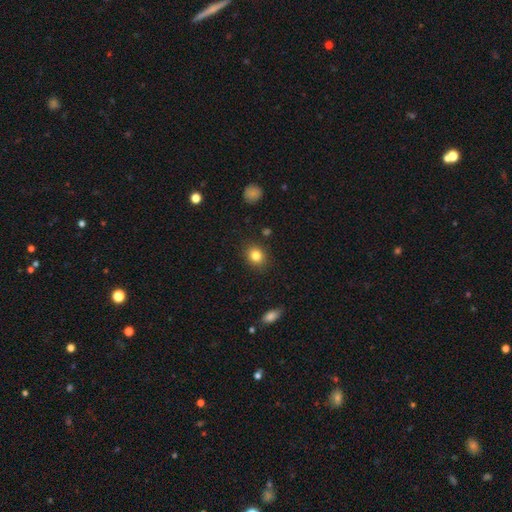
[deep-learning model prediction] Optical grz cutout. It shows a smooth galaxy with no disk features (84%) that is round (66%). Merging: none (88%).